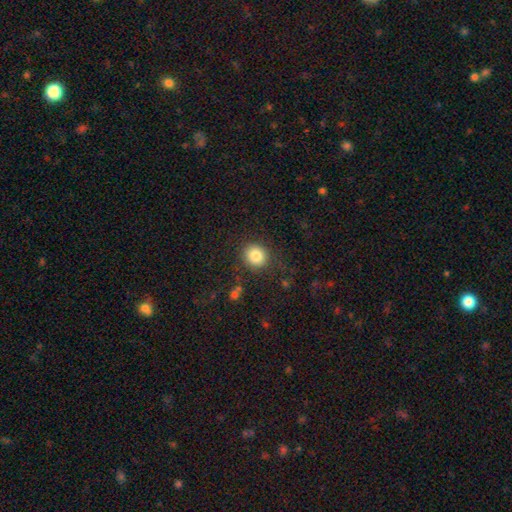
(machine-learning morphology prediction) This appears to be a smooth galaxy with no disk features (84%) that is round (83%). Merging: none (86%).